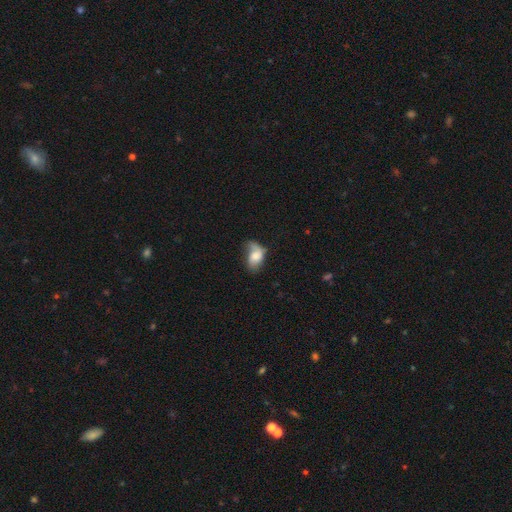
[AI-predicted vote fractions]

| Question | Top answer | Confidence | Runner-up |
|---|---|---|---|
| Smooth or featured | smooth | 57% | featured or disk (35%) |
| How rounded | in between | 87% | round (11%) |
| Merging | minor disturbance | 36% | tied: none (36%) |